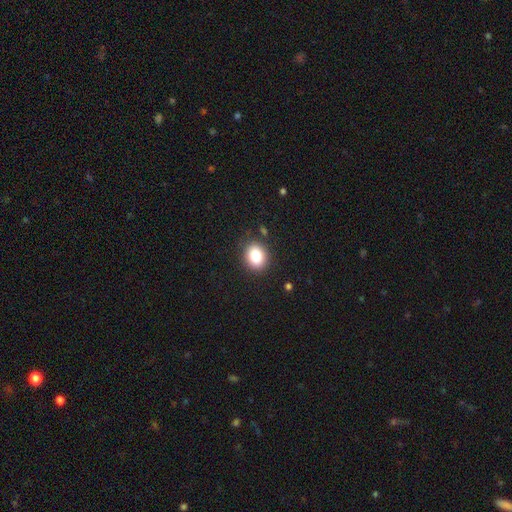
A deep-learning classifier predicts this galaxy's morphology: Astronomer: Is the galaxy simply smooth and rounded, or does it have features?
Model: smooth — 83%.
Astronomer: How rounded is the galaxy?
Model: round — 58% (runner-up: in between, 41%).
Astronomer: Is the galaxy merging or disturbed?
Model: none — 87%.